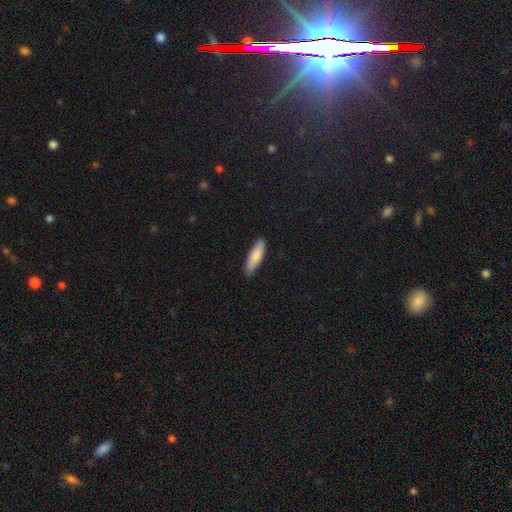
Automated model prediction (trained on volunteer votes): Smooth or featured? smooth (83%)
How rounded? cigar-shaped (69%)
Merging? none (86%)